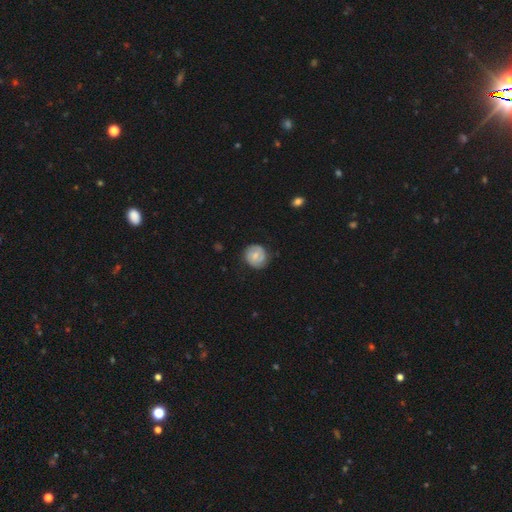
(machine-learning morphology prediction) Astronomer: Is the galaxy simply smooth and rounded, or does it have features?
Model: featured or disk — 47% (runner-up: smooth, 46%).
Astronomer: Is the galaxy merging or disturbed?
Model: none — 77%.